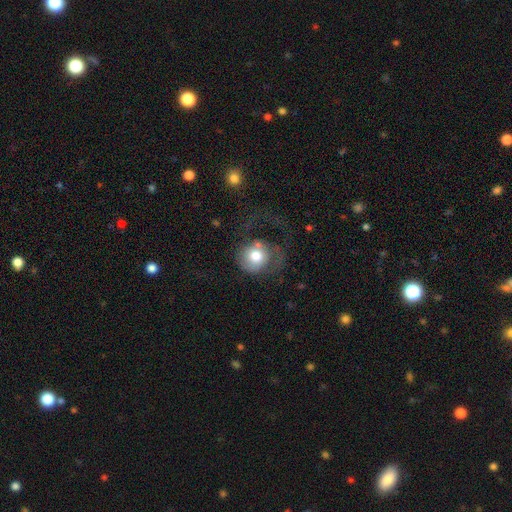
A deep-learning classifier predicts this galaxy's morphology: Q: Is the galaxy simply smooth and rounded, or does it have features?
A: smooth — 63%.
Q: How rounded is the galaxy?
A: round — 81%.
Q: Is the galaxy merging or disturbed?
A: major disturbance — 44%.